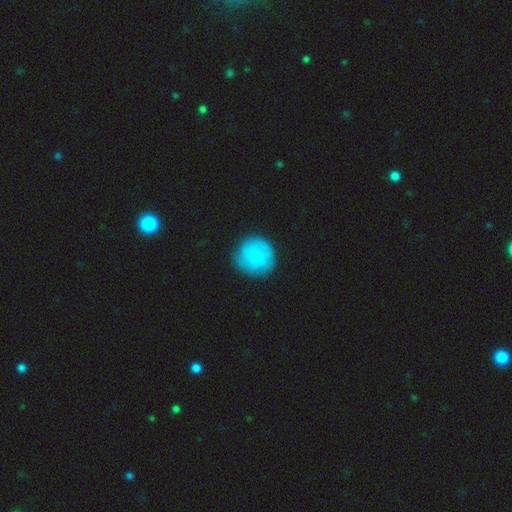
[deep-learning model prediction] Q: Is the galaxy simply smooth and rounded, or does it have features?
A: smooth — 71%.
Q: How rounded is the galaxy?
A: round — 92%.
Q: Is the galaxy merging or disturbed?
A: none — 81%.